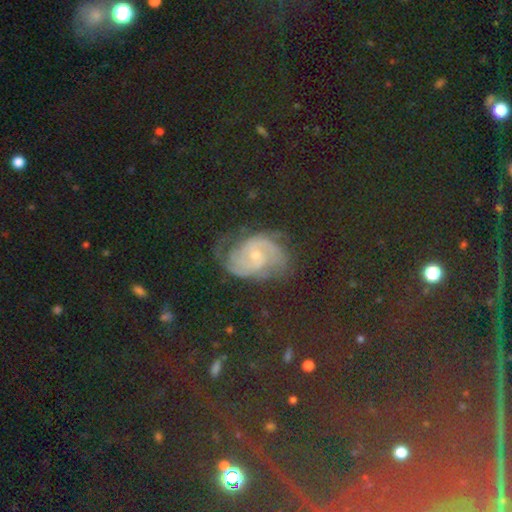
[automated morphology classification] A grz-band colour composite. It shows a star or artifact, not a galaxy (41%).